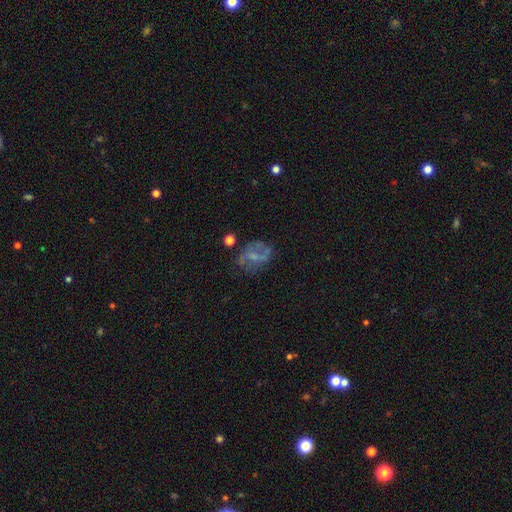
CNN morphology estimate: Smooth or featured? Predicted: featured or disk (p=0.59). Edge-on disk? Predicted: no (p=0.97). Bar? Predicted: no (p=0.52). Spiral arms? Predicted: yes (p=0.53). Bulge size? Predicted: small (p=0.52). Merging? Predicted: none (p=0.50).